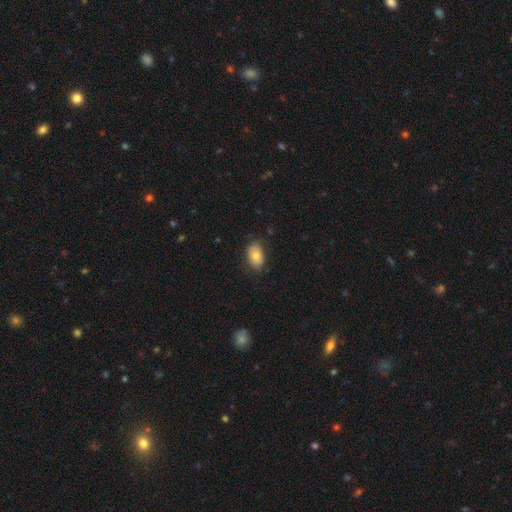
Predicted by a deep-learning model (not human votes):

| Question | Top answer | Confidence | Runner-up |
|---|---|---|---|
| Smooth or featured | smooth | 78% | featured or disk (15%) |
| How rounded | in between | 89% | round (10%) |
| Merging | none | 77% | minor disturbance (19%) |